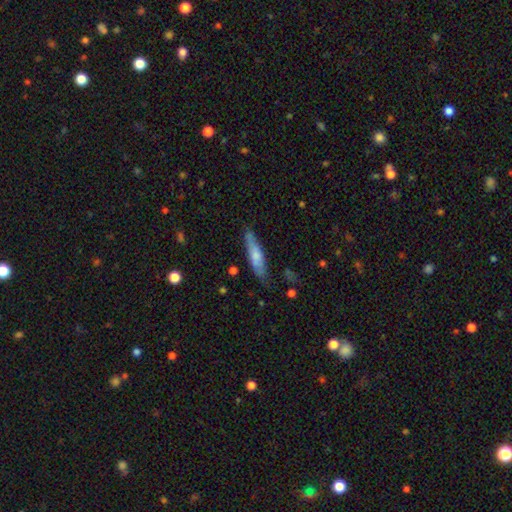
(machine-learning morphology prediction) A smooth galaxy with no disk features (65%) that is cigar-shaped (77%).

Vote fractions:
- Smooth or featured? smooth: 65% / featured or disk: 30% / star or artifact: 6%
- How rounded? cigar-shaped: 77% / in between: 22% / round: 2%
- Merging? none: 72% / minor disturbance: 21% / major disturbance: 5% / merger: 2%